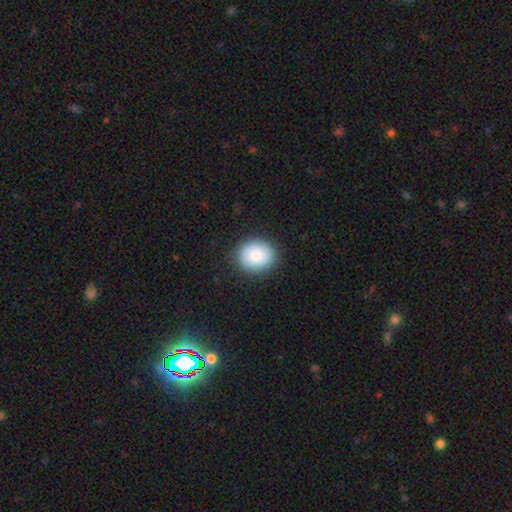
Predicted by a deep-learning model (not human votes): The model was most divided on "how rounded": round: 64%, in between: 35%, cigar-shaped: 1%. More confident: merging — none (87%); smooth or featured — smooth (81%).